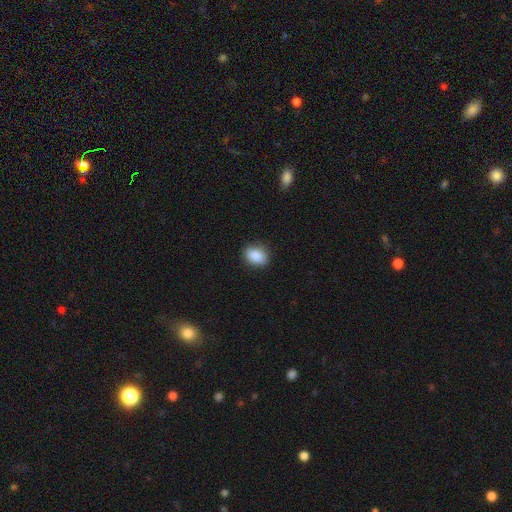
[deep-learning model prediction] A smooth galaxy with no disk features (88%) that is in between round and cigar-shaped (67%). Merging: none (85%).